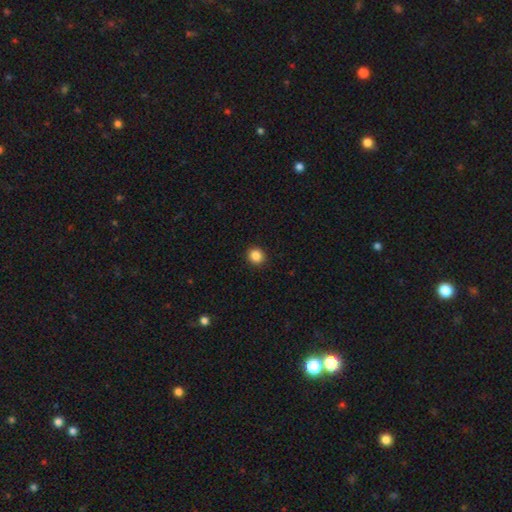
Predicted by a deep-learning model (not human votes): Smooth or featured: smooth — 87% (star or artifact — 10%)
How rounded: round — 88% (in between — 11%)
Merging: none — 92% (minor disturbance — 5%)